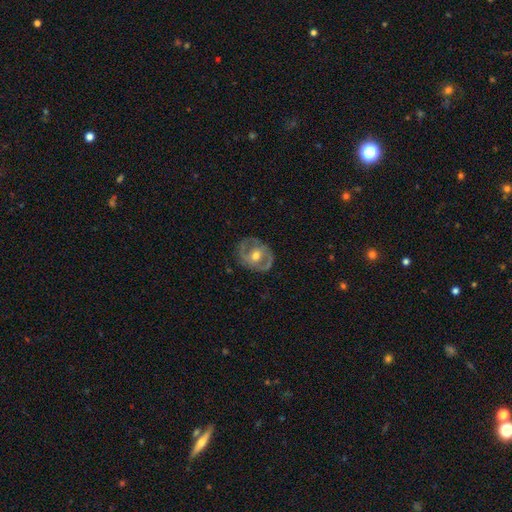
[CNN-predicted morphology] Overall: featured or disk (74%). Edge-on disk: no (96%). Bar: no (50%; weak 34%). Spiral arms: yes (72%). Spiral arm count: 2 (78%). Spiral winding: medium (46%; tight 36%). Bulge size: moderate (70%). Merging: none (77%).